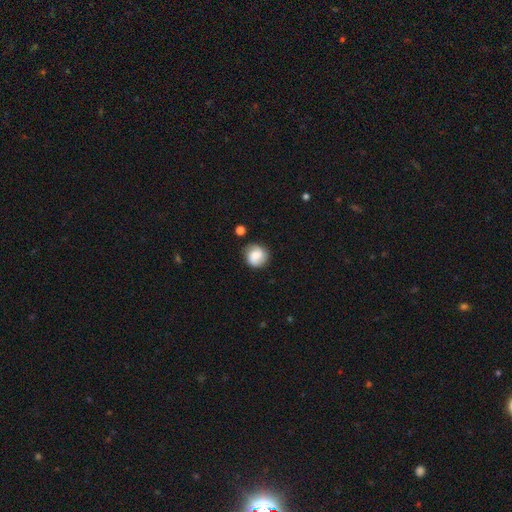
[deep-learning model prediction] smooth 68%, featured or disk 24%, star or artifact 9%. Down the decision tree: how rounded — round (89%); merging — none (77%).